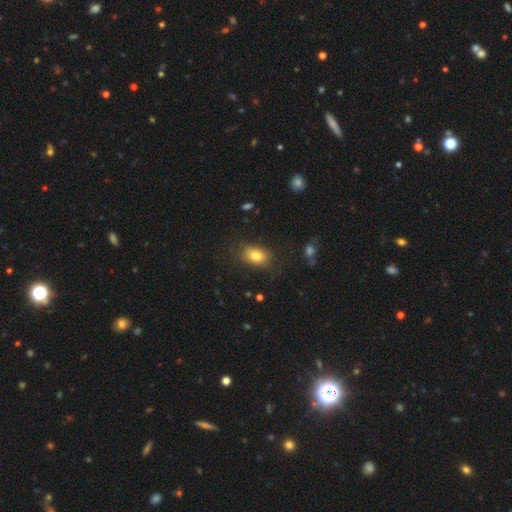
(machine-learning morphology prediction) Smooth or featured? smooth (80%)
How rounded? in between (82%)
Merging? none (76%)